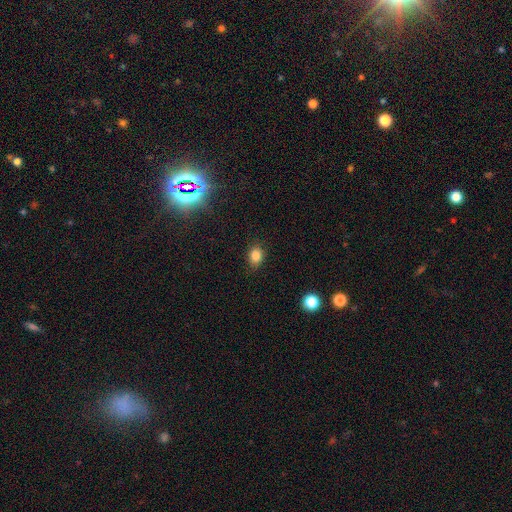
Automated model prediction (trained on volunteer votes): Smooth or featured? Predicted: smooth (p=0.83). How rounded? Predicted: in between (p=0.56). Merging? Predicted: none (p=0.85).